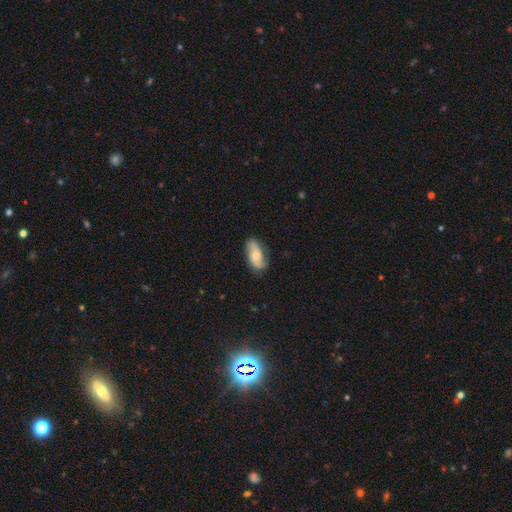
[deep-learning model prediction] A featured or disk galaxy (49%). Merging: none (73%).